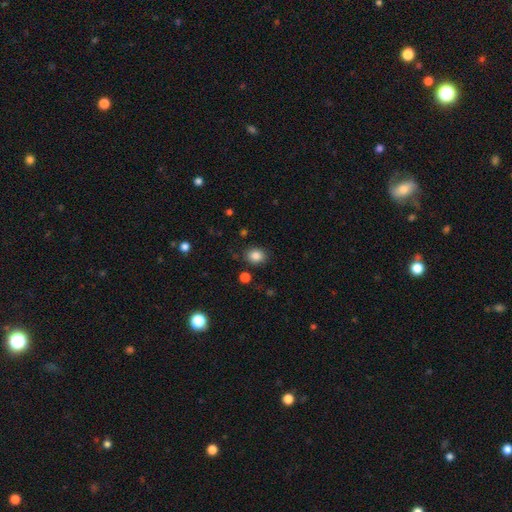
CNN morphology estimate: smooth 85%, star or artifact 10%, featured or disk 5%. Down the decision tree: how rounded — round (56%); merging — none (84%).